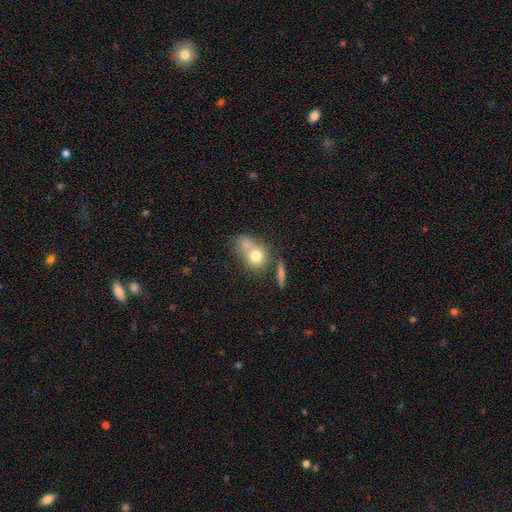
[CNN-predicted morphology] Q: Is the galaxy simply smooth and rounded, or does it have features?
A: smooth — 73%.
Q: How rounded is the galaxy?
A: round — 51%.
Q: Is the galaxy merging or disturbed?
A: merger — 43%.